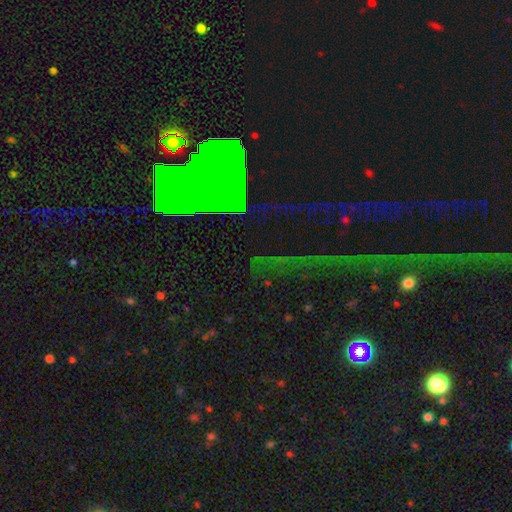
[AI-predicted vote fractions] smooth-or-featured: star or artifact: 58% | featured or disk: 27% | smooth: 15%